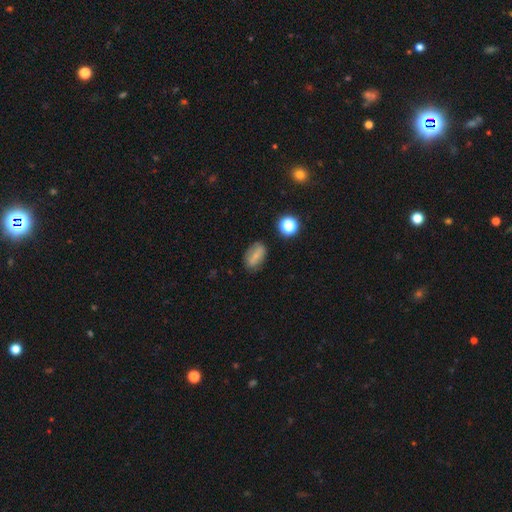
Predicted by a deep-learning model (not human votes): Overall: smooth (66%). How rounded: in between (84%). Merging: none (77%).